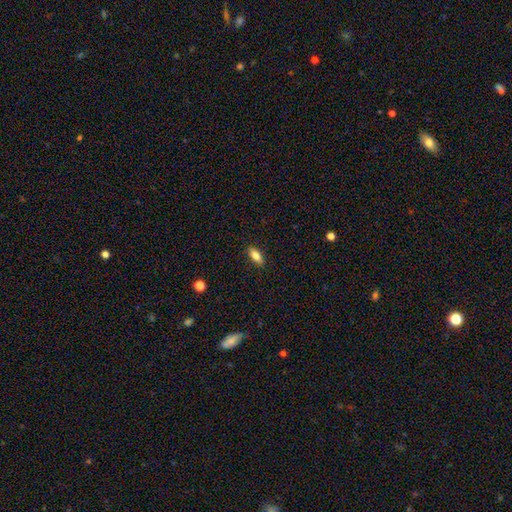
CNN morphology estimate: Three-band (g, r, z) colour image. It shows a smooth galaxy with no disk features (80%) that is in between round and cigar-shaped (80%). Merging: none (87%).